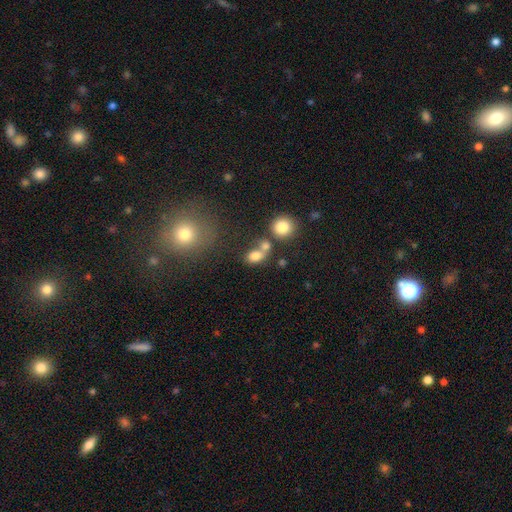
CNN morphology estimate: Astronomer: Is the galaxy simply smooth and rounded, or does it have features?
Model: smooth — 78%.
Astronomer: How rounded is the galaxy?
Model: in between — 68%.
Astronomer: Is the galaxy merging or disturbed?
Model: merger — 43% (runner-up: none, 37%).